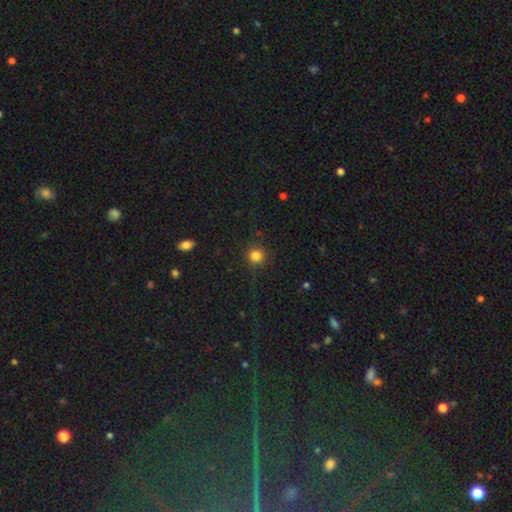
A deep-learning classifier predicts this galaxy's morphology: The model was most divided on "smooth or featured": smooth: 83%, star or artifact: 13%, featured or disk: 4%. More confident: how rounded — round (93%); merging — none (89%).